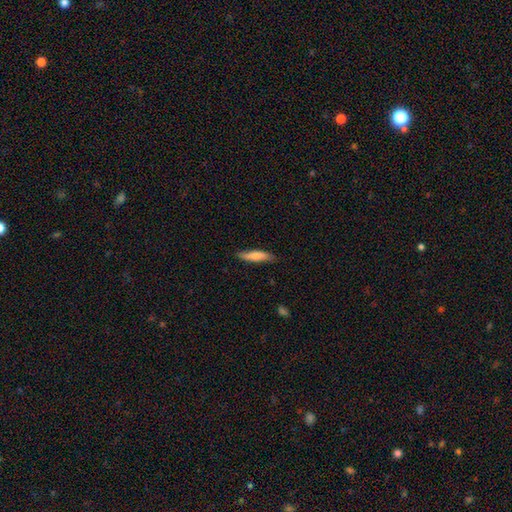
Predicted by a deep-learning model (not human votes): smooth 74%, featured or disk 20%, star or artifact 6%. Down the decision tree: how rounded — cigar-shaped (80%); merging — none (82%).